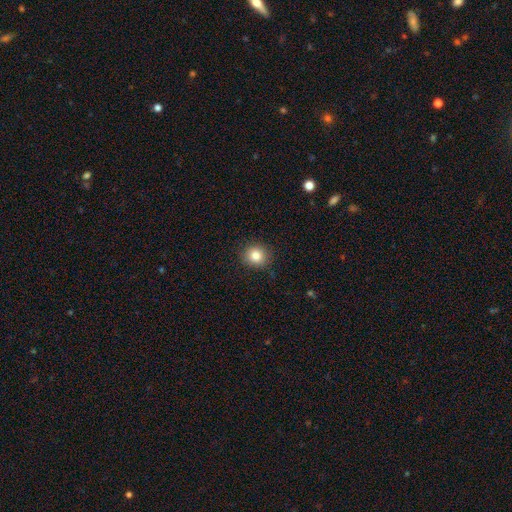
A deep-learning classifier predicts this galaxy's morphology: smooth-or-featured: smooth: 83% | star or artifact: 11% | featured or disk: 6%
  how-rounded: round: 87% | in between: 12% | cigar-shaped: 1%
  merging: none: 89% | minor disturbance: 7% | major disturbance: 2% | merger: 1%